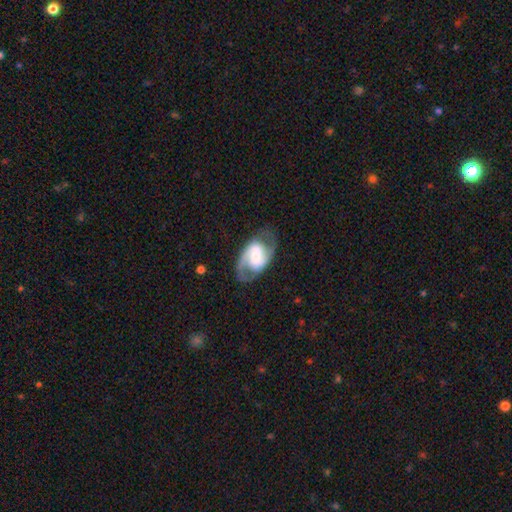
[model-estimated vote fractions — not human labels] smooth_or_featured: featured or disk (p=0.79) [alt: smooth p=0.15]
disk_edge_on: no (p=0.97) [alt: yes p=0.03]
bar: weak (p=0.40) [alt: no p=0.37]
has_spiral_arms: yes (p=0.93) [alt: no p=0.07]
spiral_winding: medium (p=0.54) [alt: loose p=0.24]
spiral_arm_count: 2 (p=0.89) [alt: can't tell p=0.04]
bulge_size: large (p=0.29) [alt: small p=0.26]
merging: none (p=0.73) [alt: minor disturbance p=0.16]